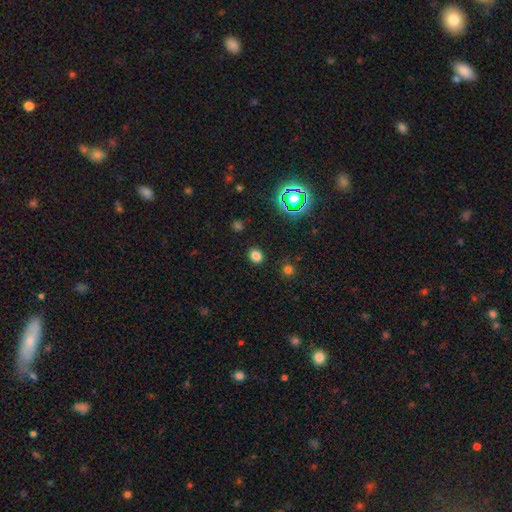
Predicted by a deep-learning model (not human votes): This appears to be a smooth galaxy with no disk features (77%) that is round (55%). Merging: none (88%).